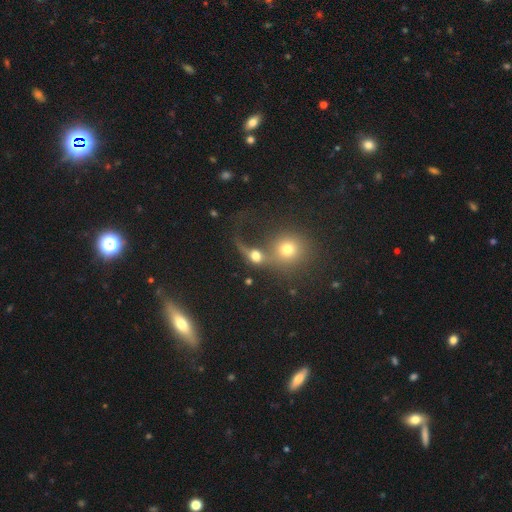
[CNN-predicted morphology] This appears to be a smooth galaxy with no disk features (54%) that is round (61%). Merging: merger (55%).